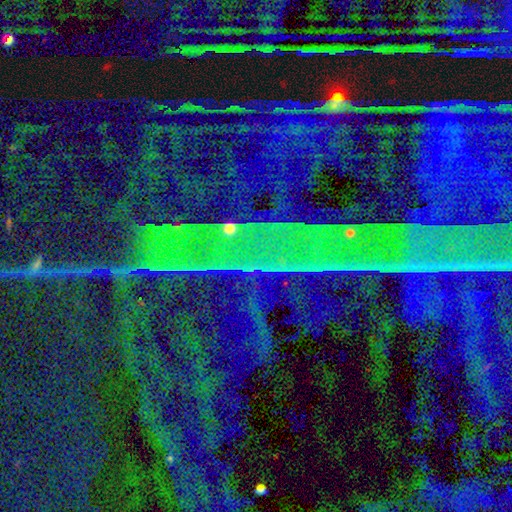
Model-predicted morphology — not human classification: smooth_or_featured: star or artifact (p=0.86) [alt: featured or disk p=0.07]